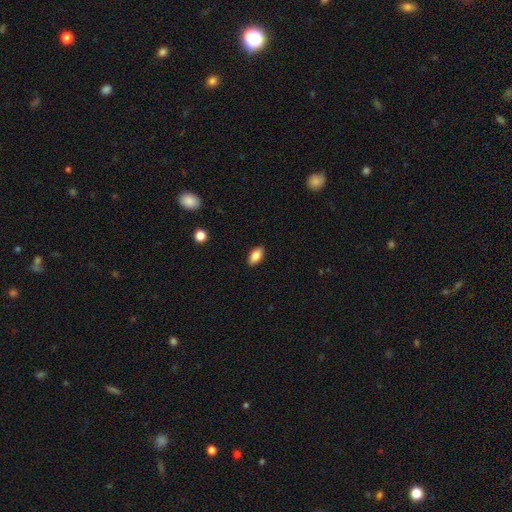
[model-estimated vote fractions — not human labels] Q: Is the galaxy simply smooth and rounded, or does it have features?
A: smooth — 86%.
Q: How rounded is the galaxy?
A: in between — 92%.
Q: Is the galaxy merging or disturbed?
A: none — 89%.